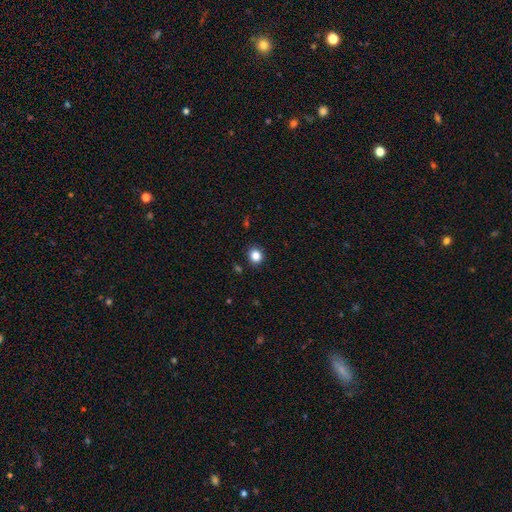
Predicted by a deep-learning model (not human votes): A smooth galaxy with no disk features (85%) that is round (74%).

Vote fractions:
- Smooth or featured? smooth: 85% / star or artifact: 11% / featured or disk: 4%
- How rounded? round: 74% / in between: 25% / cigar-shaped: 1%
- Merging? none: 89% / minor disturbance: 8% / major disturbance: 2% / merger: 1%